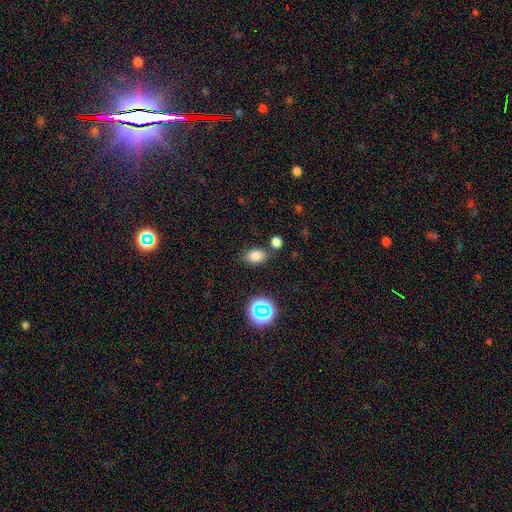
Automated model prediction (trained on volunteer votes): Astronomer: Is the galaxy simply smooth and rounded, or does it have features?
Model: smooth — 79%.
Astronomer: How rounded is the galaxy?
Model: in between — 81%.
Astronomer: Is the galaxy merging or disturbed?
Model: none — 76%.